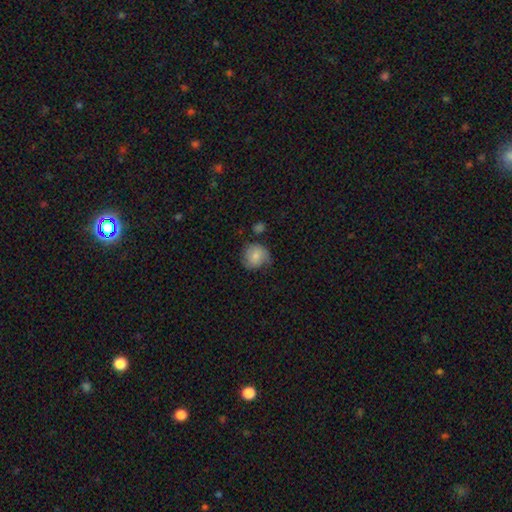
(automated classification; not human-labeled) smooth_or_featured: smooth (p=0.75) [alt: featured or disk p=0.17]
how_rounded: round (p=0.85) [alt: in between p=0.14]
merging: none (p=0.61) [alt: minor disturbance p=0.28]